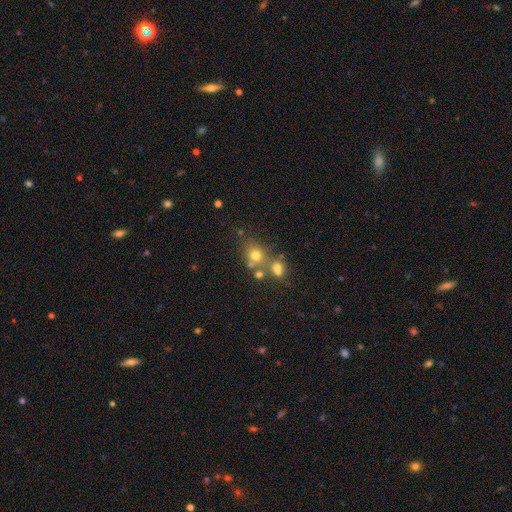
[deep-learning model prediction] This appears to be a smooth galaxy with no disk features (66%) that is round (71%). Merging: none (50%).